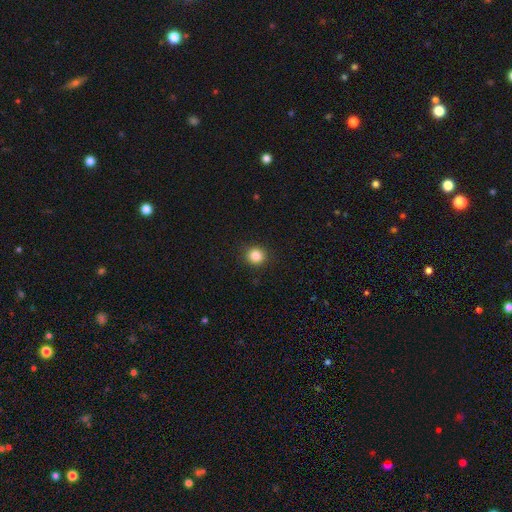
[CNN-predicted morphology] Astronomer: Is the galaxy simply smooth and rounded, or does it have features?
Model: smooth — 84%.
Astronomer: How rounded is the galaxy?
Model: round — 92%.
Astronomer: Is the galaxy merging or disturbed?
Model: none — 92%.